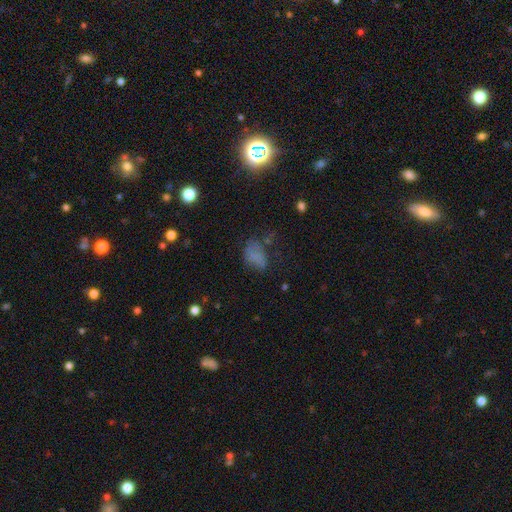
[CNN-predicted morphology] The model was most divided on "merging": none: 42%, minor disturbance: 28%, major disturbance: 25%, merger: 5%. More confident: how rounded — in between (83%); smooth or featured — smooth (64%).